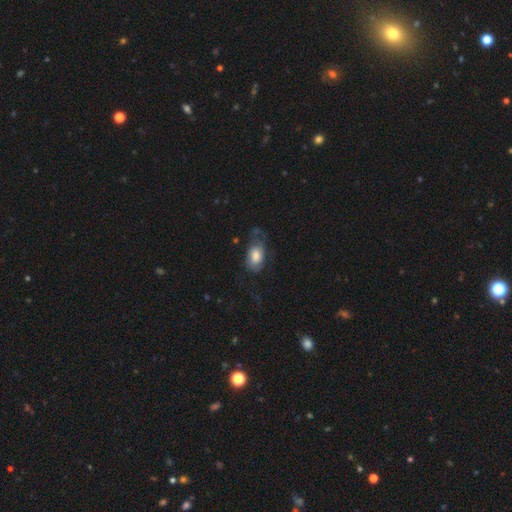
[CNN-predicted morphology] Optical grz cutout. It shows a smooth galaxy with no disk features (66%) that is in between round and cigar-shaped (91%). Merging: none (45%).